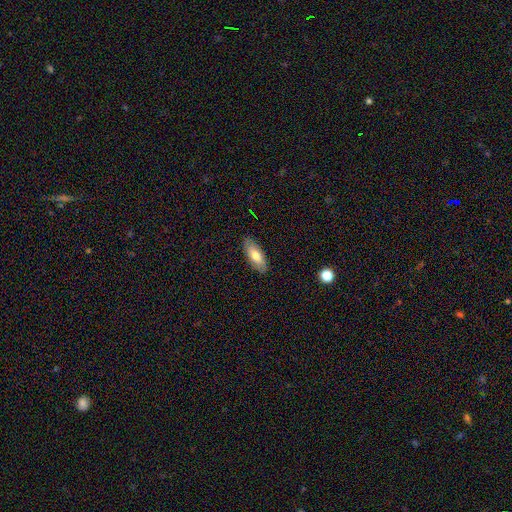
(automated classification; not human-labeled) The model was most divided on "smooth or featured": smooth: 71%, featured or disk: 22%, star or artifact: 6%. More confident: merging — none (87%); how rounded — in between (80%).